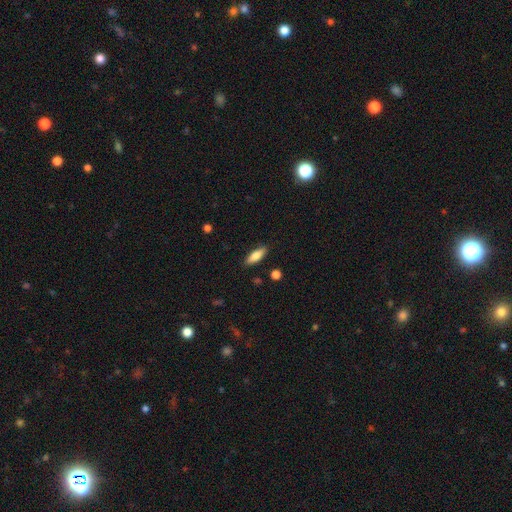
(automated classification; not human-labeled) This appears to be a smooth galaxy with no disk features (78%) that is in between round and cigar-shaped (61%). Merging: none (86%).